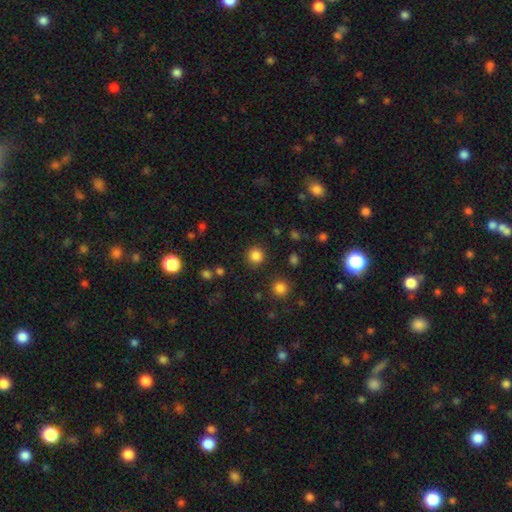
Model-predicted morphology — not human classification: Smooth or featured? Predicted: smooth (p=0.84). How rounded? Predicted: round (p=0.94). Merging? Predicted: none (p=0.90).